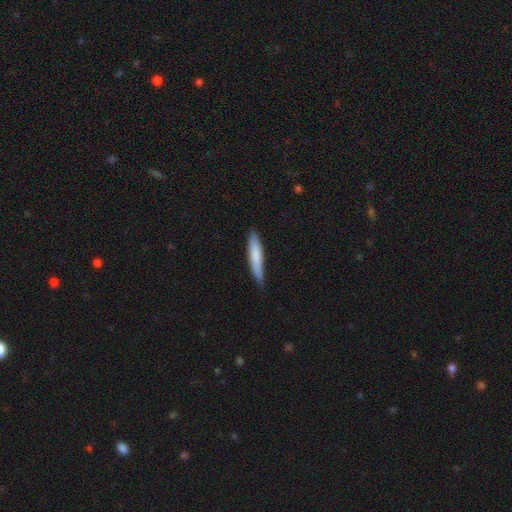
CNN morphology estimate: The model was most divided on "merging": none: 78%, minor disturbance: 19%, major disturbance: 2%, merger: 1%. More confident: how rounded — cigar-shaped (88%); smooth or featured — smooth (79%).